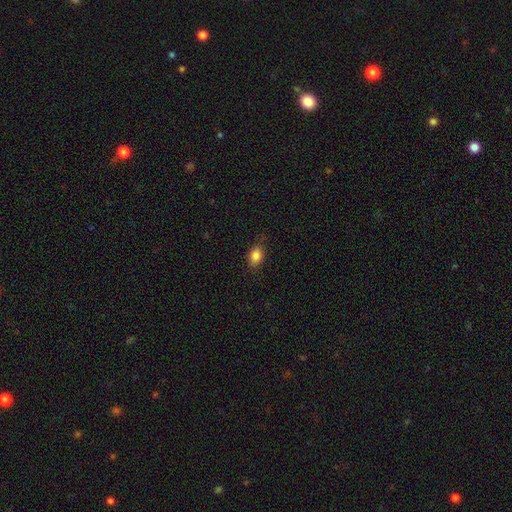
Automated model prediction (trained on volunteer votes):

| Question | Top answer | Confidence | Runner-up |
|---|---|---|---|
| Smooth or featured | smooth | 85% | star or artifact (9%) |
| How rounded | in between | 76% | round (23%) |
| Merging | none | 80% | minor disturbance (15%) |